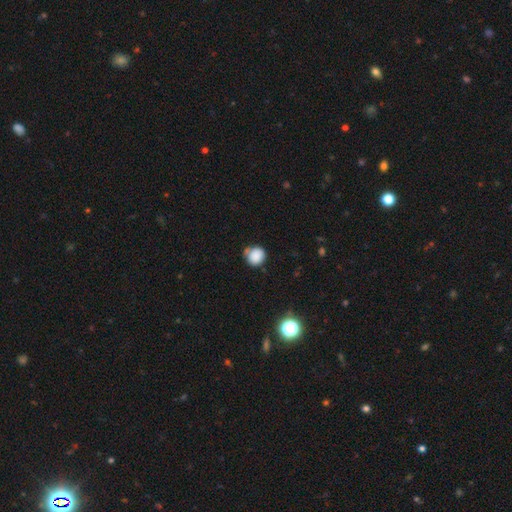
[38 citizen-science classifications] A smooth galaxy with no disk features (92%) that is round (86%). Merging: none (78%).